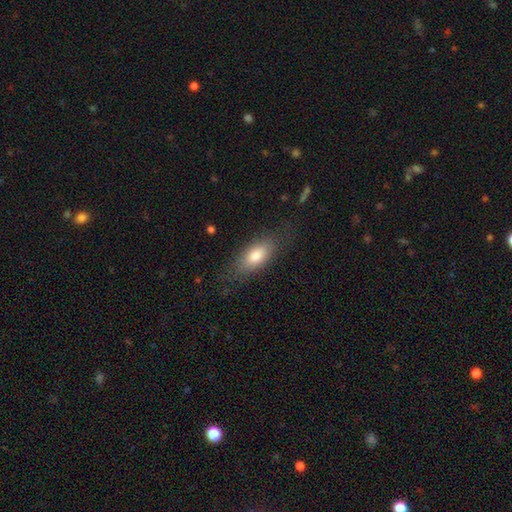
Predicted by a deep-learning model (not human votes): The model was most divided on "merging": none: 76%, minor disturbance: 17%, major disturbance: 6%, merger: 1%. More confident: how rounded — in between (82%); smooth or featured — smooth (78%).